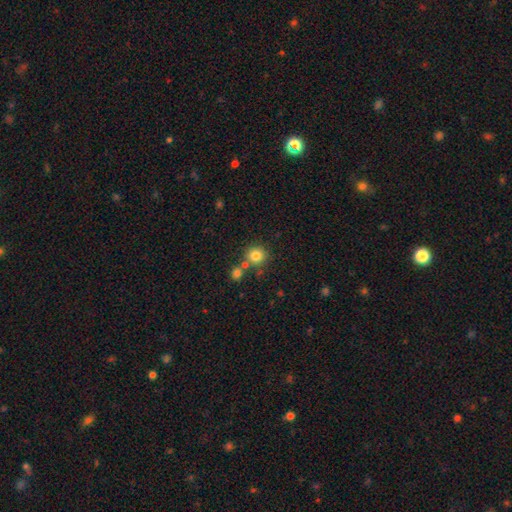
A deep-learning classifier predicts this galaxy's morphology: Q: Smooth or featured?
A: smooth (81%); runner-up: star or artifact (12%)
Q: How rounded?
A: round (90%); runner-up: in between (10%)
Q: Merging?
A: none (70%); runner-up: merger (18%)